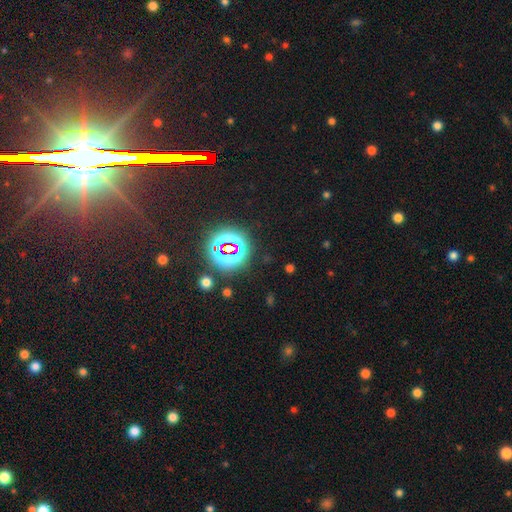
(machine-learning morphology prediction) Smooth or featured?
  - star or artifact: 73% *
  - featured or disk: 15%
  - smooth: 12%